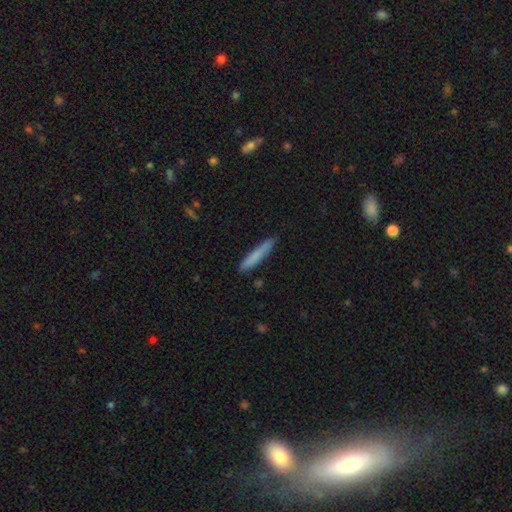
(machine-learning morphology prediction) Smooth or featured?
  - smooth: 77% *
  - featured or disk: 17%
  - star or artifact: 6%
How rounded?
  - cigar-shaped: 95% *
  - in between: 4%
  - round: 1%
Merging?
  - none: 87% *
  - minor disturbance: 10%
  - major disturbance: 2%
  - merger: 1%